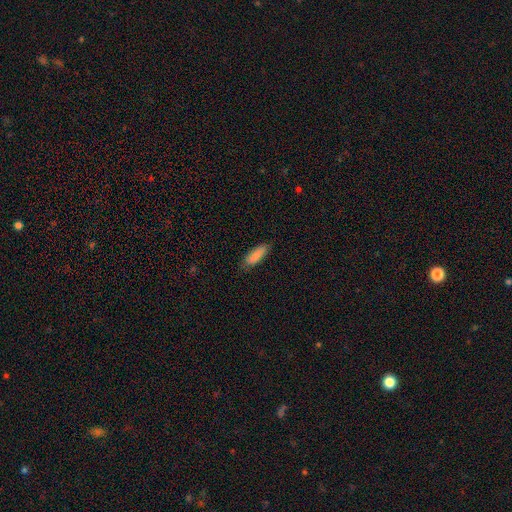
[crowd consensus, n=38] Overall: smooth (89%). How rounded: in between (59%; cigar-shaped 41%). Merging: none (67%).